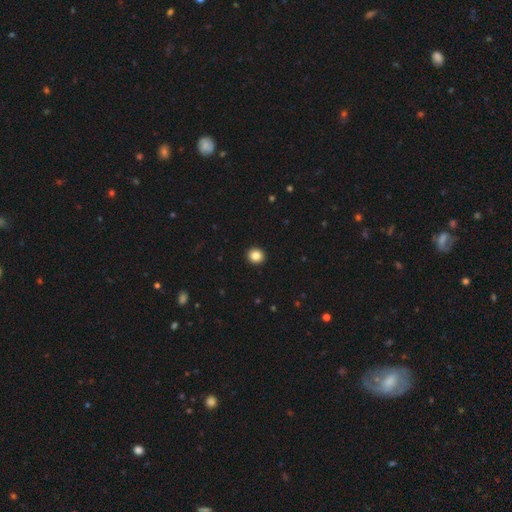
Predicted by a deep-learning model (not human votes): Overall: smooth (85%). How rounded: round (86%). Merging: none (94%).